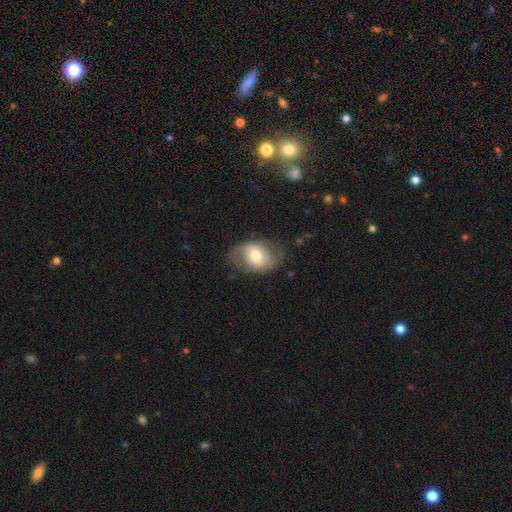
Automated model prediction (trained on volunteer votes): Smooth or featured?
  - smooth: 49% *
  - featured or disk: 44%
  - star or artifact: 7%
Merging?
  - none: 68% *
  - minor disturbance: 21%
  - major disturbance: 10%
  - merger: 1%